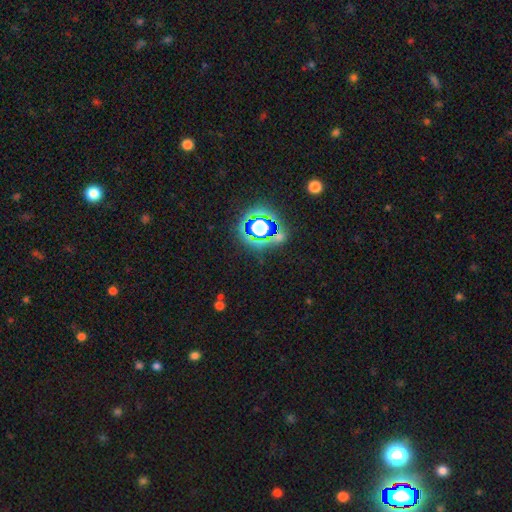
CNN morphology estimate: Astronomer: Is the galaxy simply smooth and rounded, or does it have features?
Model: star or artifact — 81%.